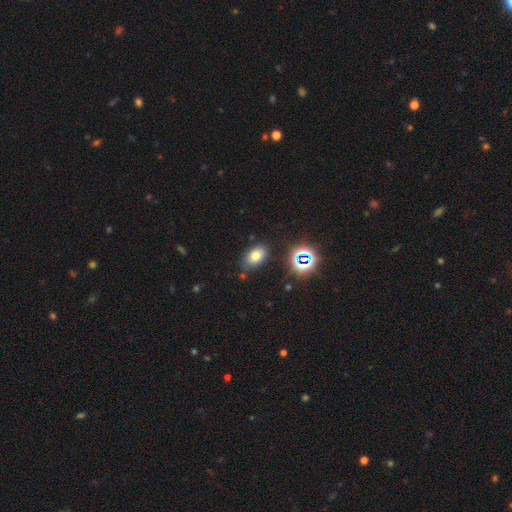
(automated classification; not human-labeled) A smooth galaxy with no disk features (71%) that is in between round and cigar-shaped (84%). Merging: none (81%).